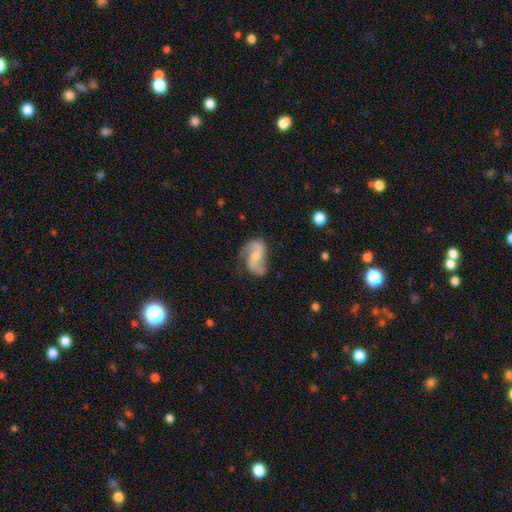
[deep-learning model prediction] Smooth or featured?
  - featured or disk: 86% *
  - smooth: 9%
  - star or artifact: 5%
Edge-on disk?
  - no: 98% *
  - yes: 2%
Bar?
  - no: 42% *
  - weak: 41%
  - strong: 18%
Spiral arms?
  - yes: 96% *
  - no: 4%
Spiral winding?
  - loose: 47% *
  - medium: 42%
  - tight: 11%
Spiral arm count?
  - 2: 88% *
  - 1: 7%
  - can't tell: 3%
  - 3: 1%
  - 4: 1%
  - more than 4: 1%
Bulge size?
  - small: 49% *
  - moderate: 39%
  - none: 9%
  - large: 3%
  - dominant: 1%
Merging?
  - none: 64% *
  - minor disturbance: 21%
  - major disturbance: 12%
  - merger: 3%